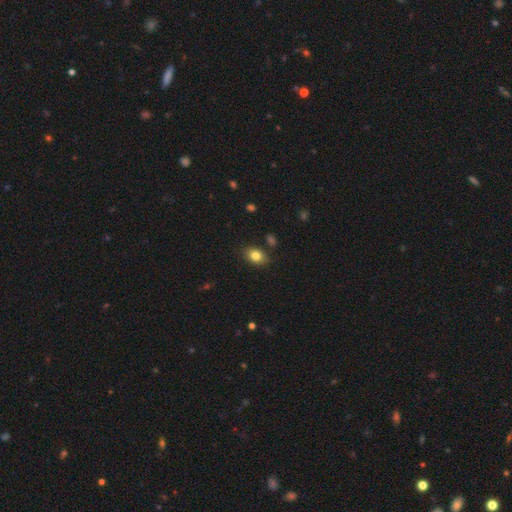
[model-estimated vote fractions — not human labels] smooth 82%, star or artifact 10%, featured or disk 8%. Down the decision tree: how rounded — in between (71%); merging — none (84%).